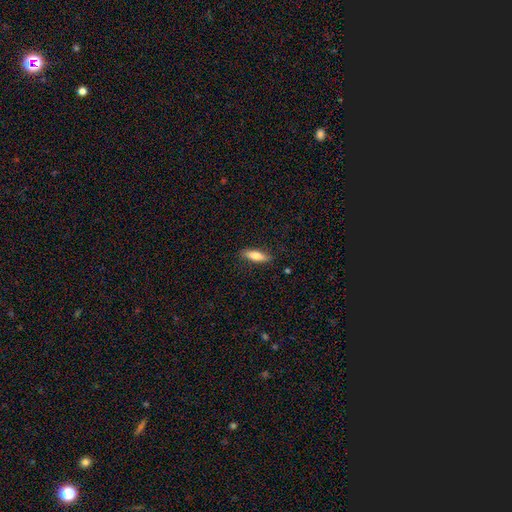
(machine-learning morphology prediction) smooth 73%, featured or disk 21%, star or artifact 6%. Down the decision tree: how rounded — cigar-shaped (54%); merging — none (85%).